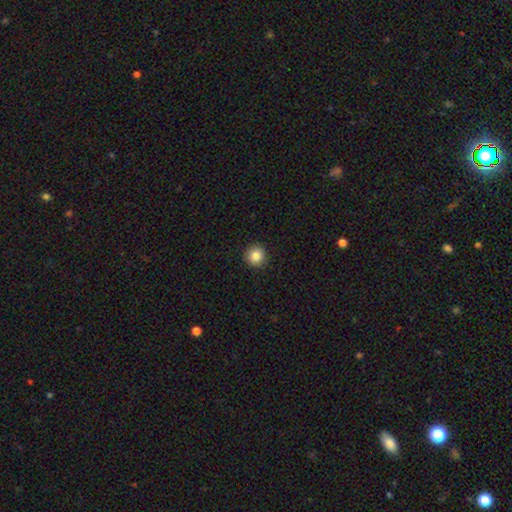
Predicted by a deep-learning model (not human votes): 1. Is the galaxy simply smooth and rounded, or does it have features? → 85% smooth, 10% star or artifact, 6% featured or disk.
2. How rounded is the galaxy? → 95% round, 4% in between, 1% cigar-shaped.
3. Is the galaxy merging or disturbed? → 93% none, 5% minor disturbance, 2% major disturbance, 1% merger.